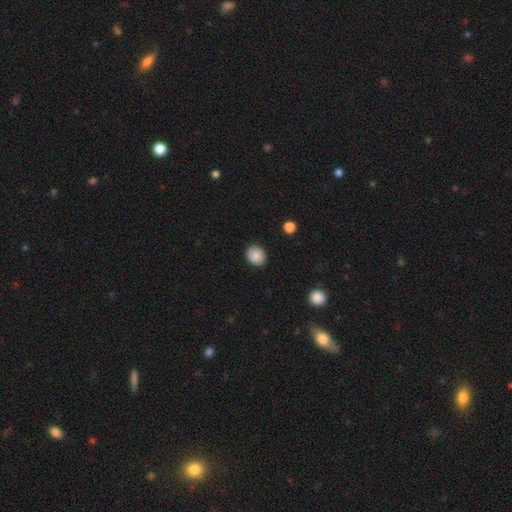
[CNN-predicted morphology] Smooth or featured? smooth (87%)
How rounded? round (58%)
Merging? none (88%)